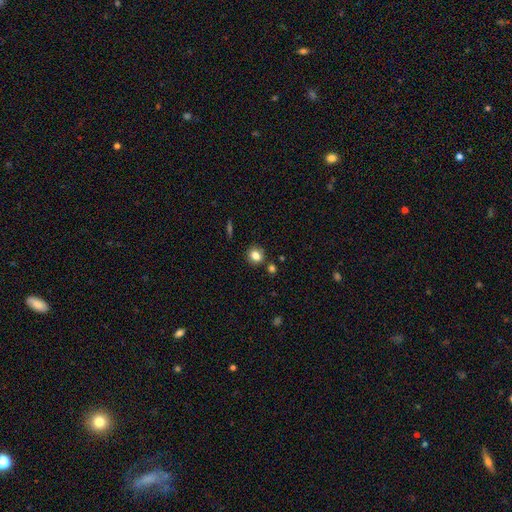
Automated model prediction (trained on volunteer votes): Smooth or featured? smooth (82%)
How rounded? round (76%)
Merging? none (83%)